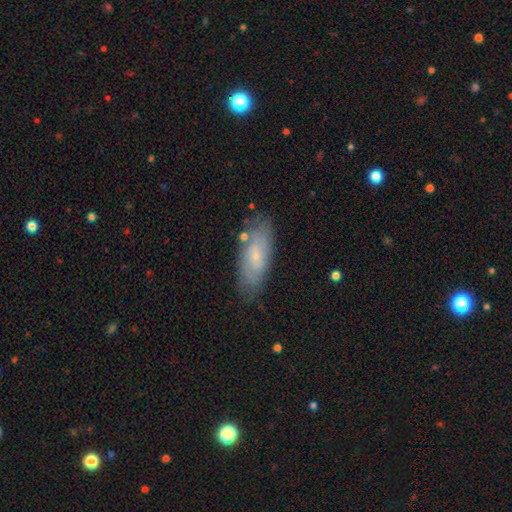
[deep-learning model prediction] smooth_or_featured: smooth (p=0.52) [alt: featured or disk p=0.41]
how_rounded: in between (p=0.73) [alt: cigar-shaped p=0.25]
merging: none (p=0.77) [alt: minor disturbance p=0.16]